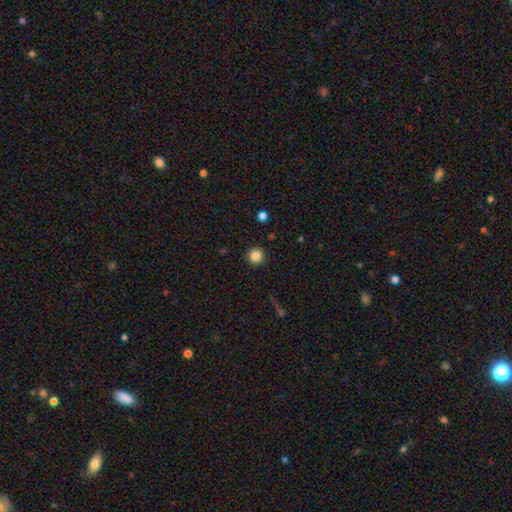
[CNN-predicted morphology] Smooth or featured: smooth — 85% (star or artifact — 11%)
How rounded: round — 96% (in between — 3%)
Merging: none — 93% (minor disturbance — 4%)